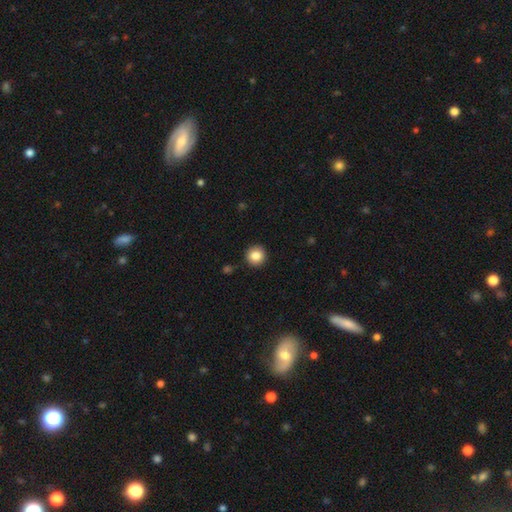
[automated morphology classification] type=smooth (85%); roundness=round (95%); merging=none (91%).